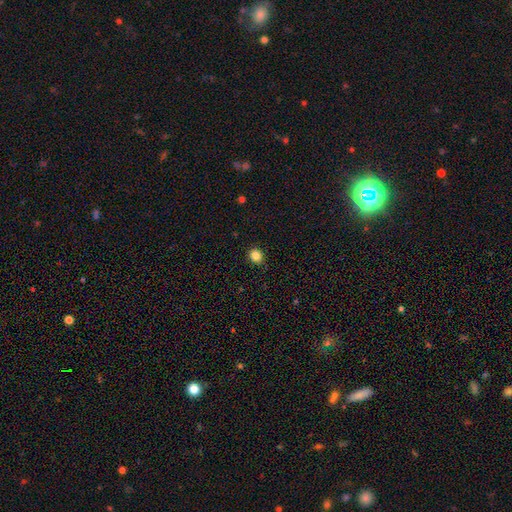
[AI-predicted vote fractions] This appears to be a smooth galaxy with no disk features (84%) that is round (78%). Merging: none (91%).